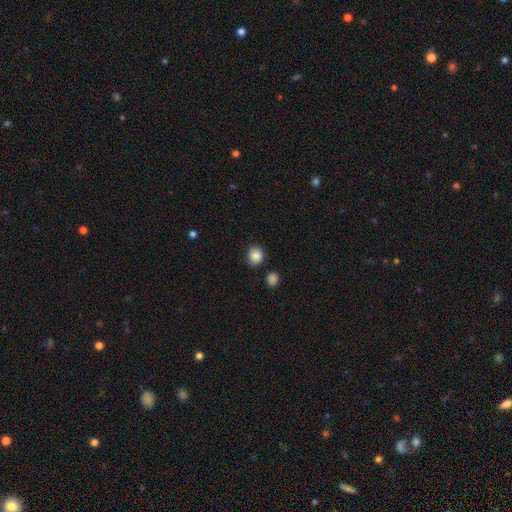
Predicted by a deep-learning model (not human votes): Smooth or featured? Predicted: smooth (p=0.87). How rounded? Predicted: round (p=0.75). Merging? Predicted: none (p=0.83).